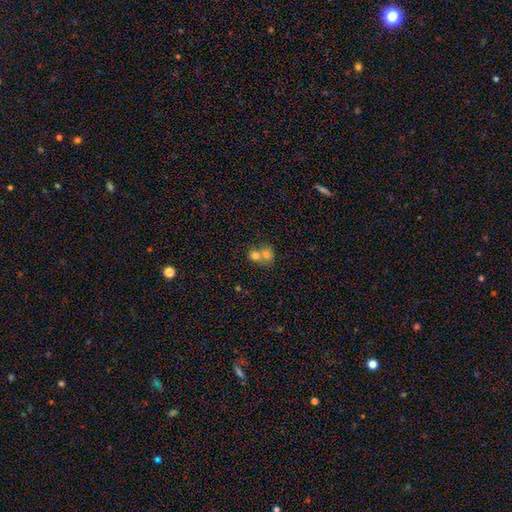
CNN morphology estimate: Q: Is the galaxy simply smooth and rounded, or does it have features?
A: smooth — 71%.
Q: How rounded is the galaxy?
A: round — 71%.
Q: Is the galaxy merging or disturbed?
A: merger — 70%.